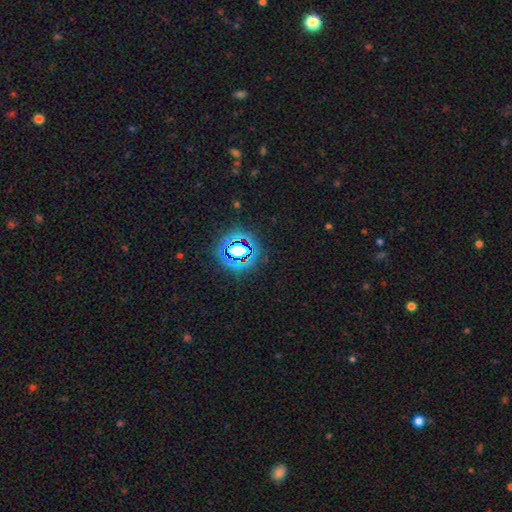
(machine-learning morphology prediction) type=star or artifact (79%).